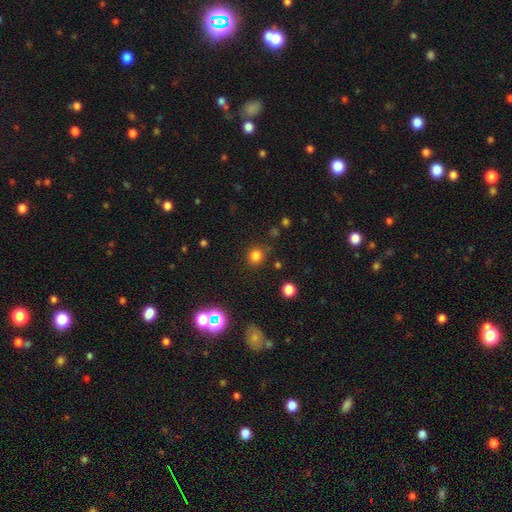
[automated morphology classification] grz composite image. It shows a smooth galaxy with no disk features (79%) that is round (90%). Merging: none (85%).